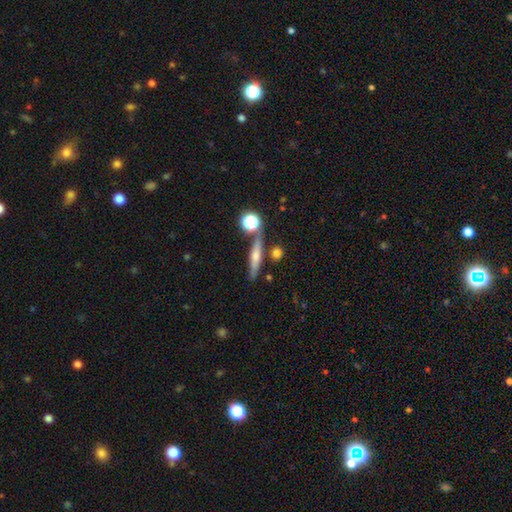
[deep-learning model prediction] Q: Smooth or featured?
A: featured or disk (44%); tied with: smooth (44%)
Q: Merging?
A: none (77%); runner-up: minor disturbance (11%)